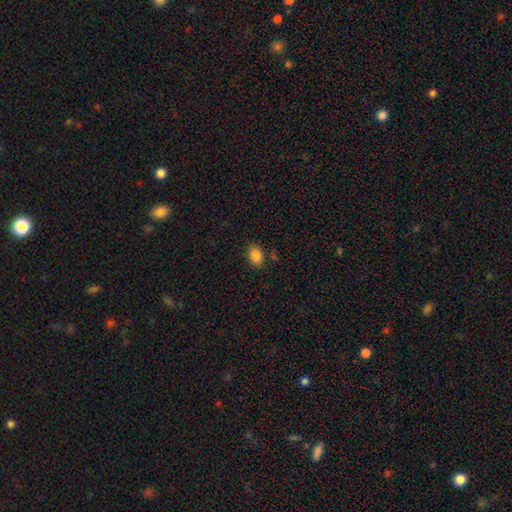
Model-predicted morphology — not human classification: smooth-or-featured: smooth: 85% | star or artifact: 9% | featured or disk: 6%
  how-rounded: in between: 74% | round: 25% | cigar-shaped: 1%
  merging: none: 81% | minor disturbance: 13% | merger: 4% | major disturbance: 3%